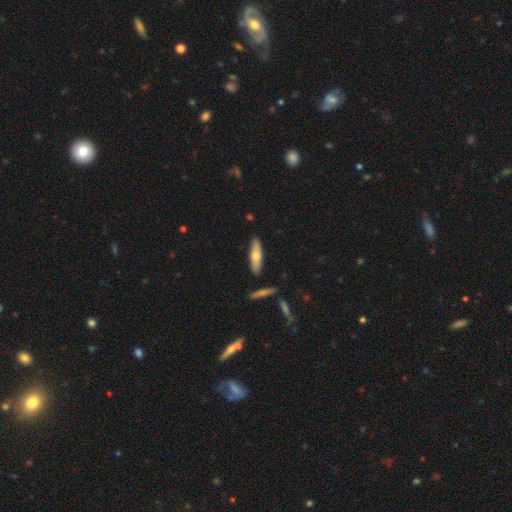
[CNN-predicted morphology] A smooth galaxy with no disk features (65%) that is cigar-shaped (56%). Merging: none (86%).